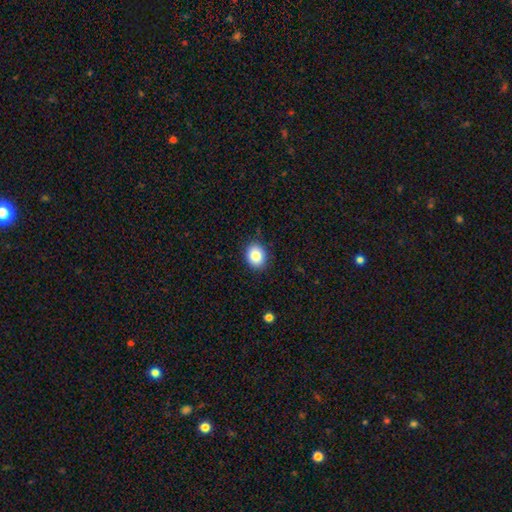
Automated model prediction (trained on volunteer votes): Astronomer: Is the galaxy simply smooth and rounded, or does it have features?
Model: smooth — 85%.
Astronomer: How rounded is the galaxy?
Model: round — 52% (runner-up: in between, 48%).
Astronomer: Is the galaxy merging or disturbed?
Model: none — 89%.